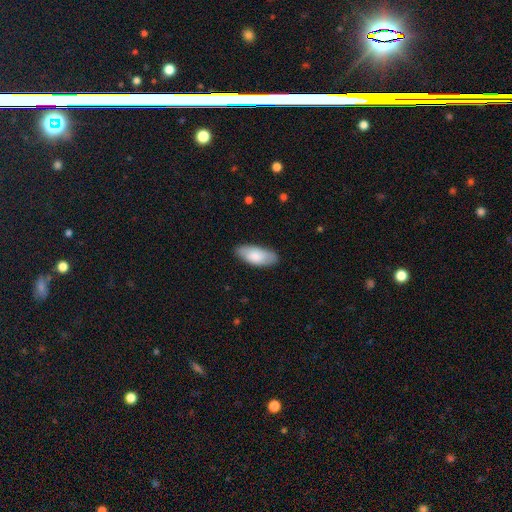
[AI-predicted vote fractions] Smooth or featured: smooth — 81% (featured or disk — 14%)
How rounded: in between — 88% (cigar-shaped — 11%)
Merging: none — 83% (minor disturbance — 13%)